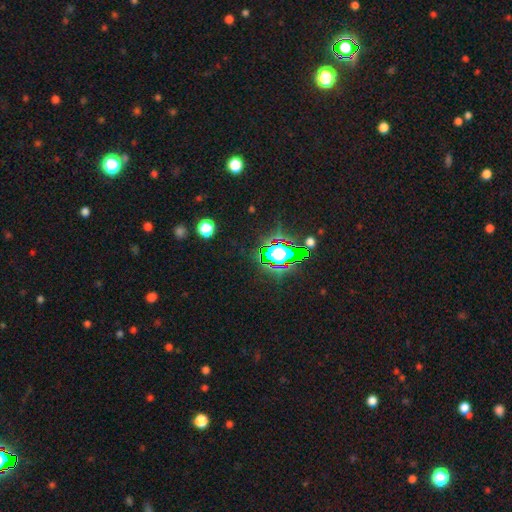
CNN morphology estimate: Smooth or featured? star or artifact (80%)